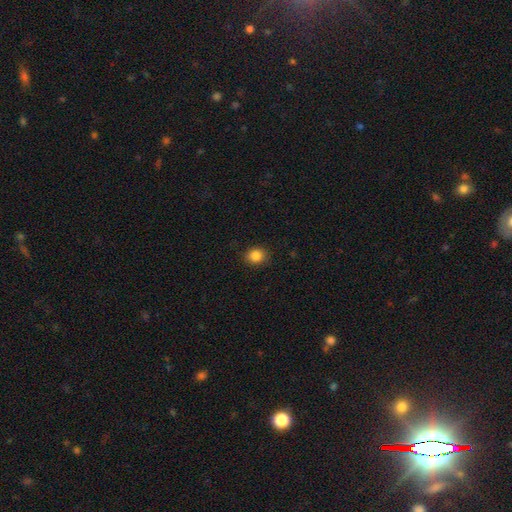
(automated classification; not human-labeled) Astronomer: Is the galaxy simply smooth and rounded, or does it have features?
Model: smooth — 85%.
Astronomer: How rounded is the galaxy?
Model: round — 65%.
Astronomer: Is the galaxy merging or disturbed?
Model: none — 88%.